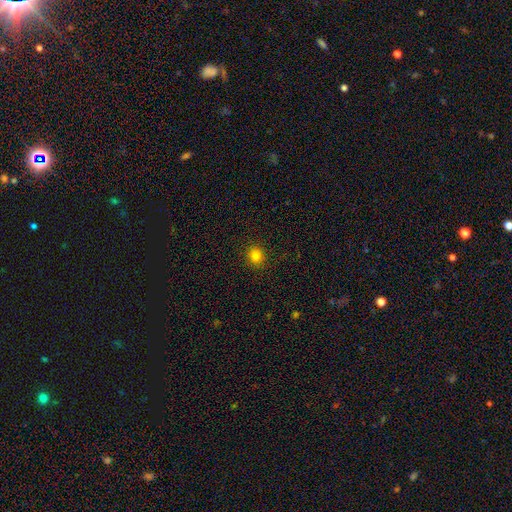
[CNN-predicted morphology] The model was most divided on "smooth or featured": smooth: 81%, star or artifact: 14%, featured or disk: 5%. More confident: merging — none (91%); how rounded — round (84%).